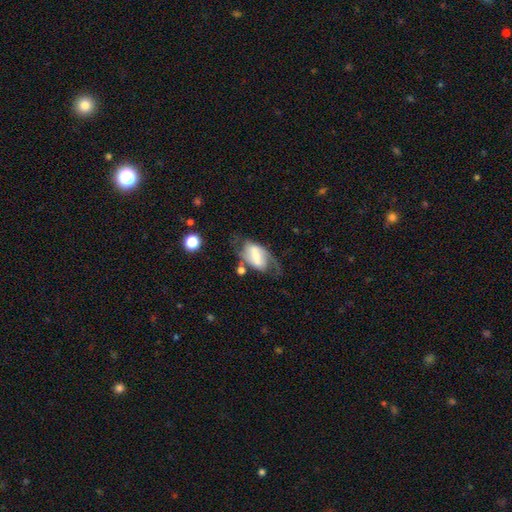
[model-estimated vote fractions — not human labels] Smooth or featured? featured or disk (69%)
Edge-on disk? no (95%)
Bar? strong (50%)
Spiral arms? yes (84%)
Spiral winding? medium (44%)
Spiral arm count? 2 (81%)
Bulge size? small (42%)
Merging? none (49%)